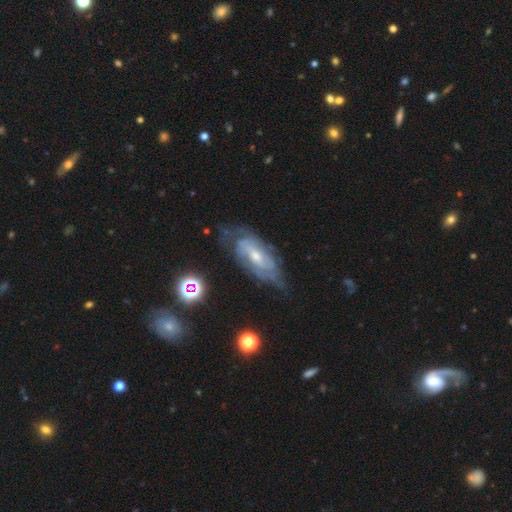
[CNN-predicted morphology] The model was most divided on "bulge size": small: 48%, moderate: 45%, none: 3%, large: 3%, dominant: 1%. Remaining: edge-on disk — no (90%); spiral arms — yes (89%); smooth or featured — featured or disk (79%); merging — none (60%); spiral winding — tight (57%); bar — no (50%); spiral arm count — can't tell (46%).